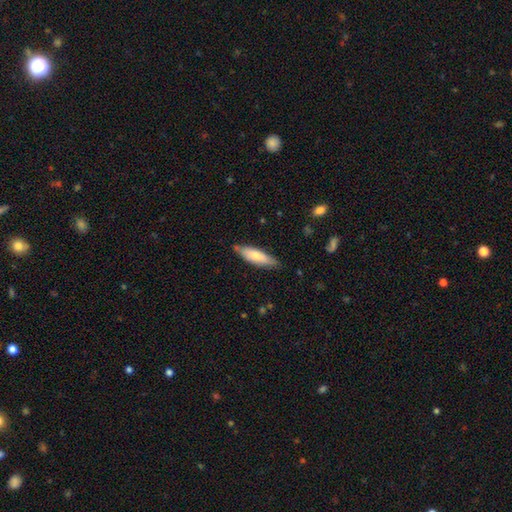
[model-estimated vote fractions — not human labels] Morphology: type=smooth (67%); roundness=cigar-shaped (53%); merging=none (76%).